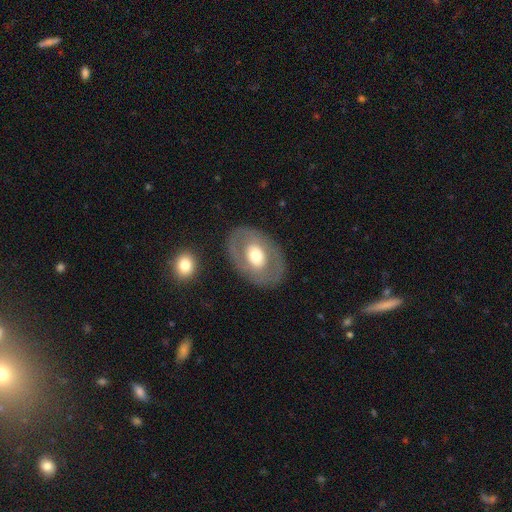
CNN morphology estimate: A featured or disk galaxy (48%). Merging: none (82%).